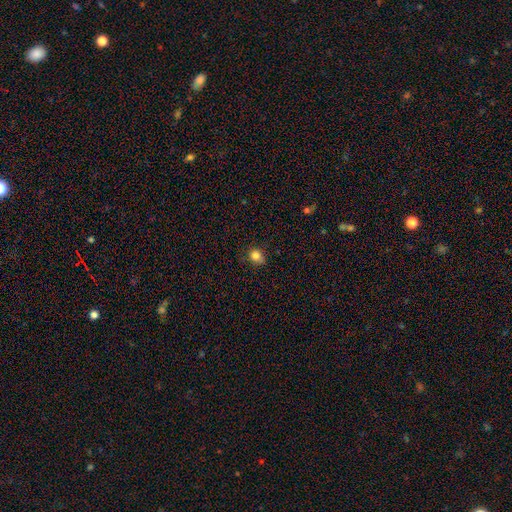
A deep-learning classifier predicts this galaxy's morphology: Smooth or featured?
  - smooth: 83% *
  - star or artifact: 12%
  - featured or disk: 5%
How rounded?
  - round: 73% *
  - in between: 26%
  - cigar-shaped: 1%
Merging?
  - none: 70% *
  - minor disturbance: 24%
  - major disturbance: 5%
  - merger: 2%